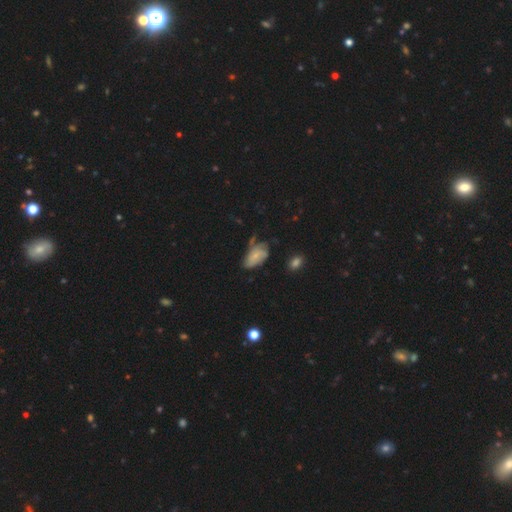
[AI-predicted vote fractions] This appears to be a smooth galaxy with no disk features (51%) that is in between round and cigar-shaped (90%). Merging: none (39%).